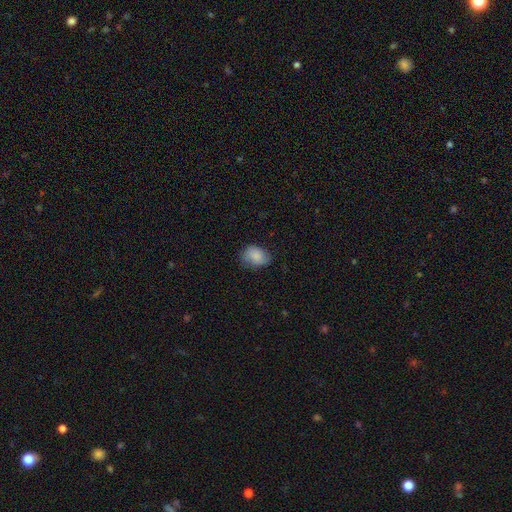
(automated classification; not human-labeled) A smooth galaxy with no disk features (83%) that is in between round and cigar-shaped (70%). Merging: none (66%).